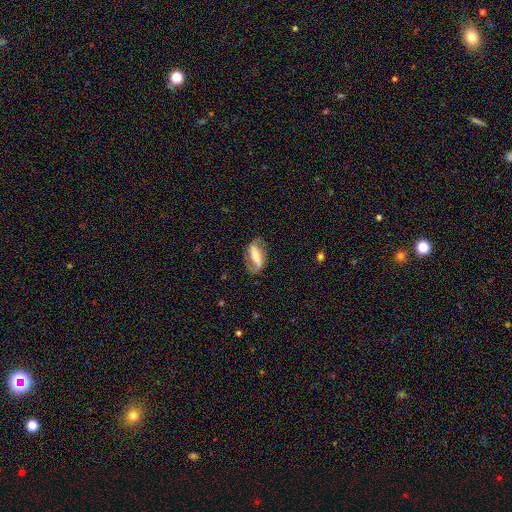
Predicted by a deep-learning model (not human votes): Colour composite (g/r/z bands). It shows a featured or disk galaxy (76%) with a strong bar (61%), 2 (87%) loose (53%) spiral arms (87%) and a small central bulge (42%). Merging: none (75%).